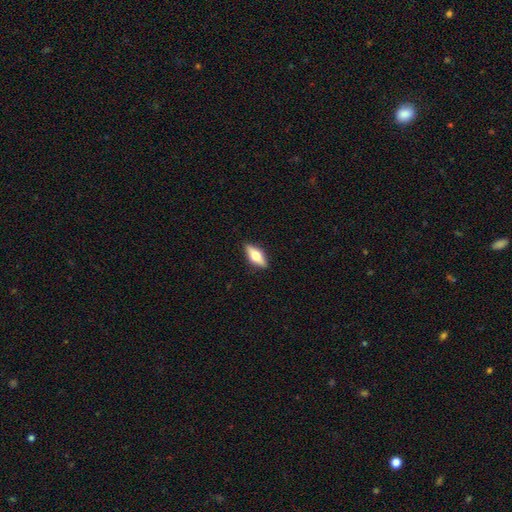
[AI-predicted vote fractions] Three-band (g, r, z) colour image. It shows a featured or disk galaxy (48%). Merging: none (88%).